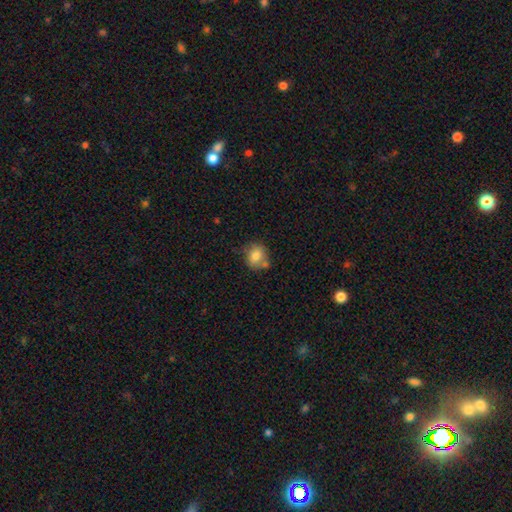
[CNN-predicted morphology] smooth-or-featured: smooth: 80% | featured or disk: 11% | star or artifact: 9%
  how-rounded: round: 65% | in between: 34% | cigar-shaped: 1%
  merging: none: 58% | minor disturbance: 19% | merger: 17% | major disturbance: 5%